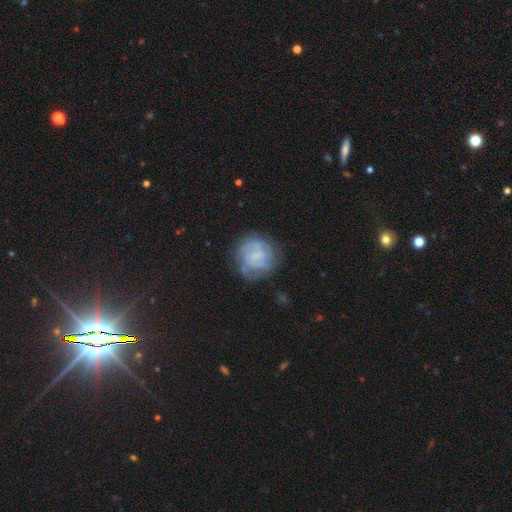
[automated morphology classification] A featured or disk galaxy (66%) with no bar (48%), tight (55%) spiral arms (84%) and a small central bulge (47%).

Vote fractions:
- Smooth or featured? featured or disk: 66% / smooth: 26% / star or artifact: 8%
- Edge-on disk? no: 98% / yes: 2%
- Bar? no: 48% / weak: 43% / strong: 9%
- Spiral arms? yes: 84% / no: 16%
- Spiral winding? tight: 55% / medium: 34% / loose: 11%
- Spiral arm count? can't tell: 41% / 2: 22% / 3: 19% / 4: 8% / 1: 5% / more than 4: 5%
- Bulge size? small: 47% / none: 37% / moderate: 13% / large: 2% / dominant: 1%
- Merging? none: 70% / minor disturbance: 19% / major disturbance: 10% / merger: 2%